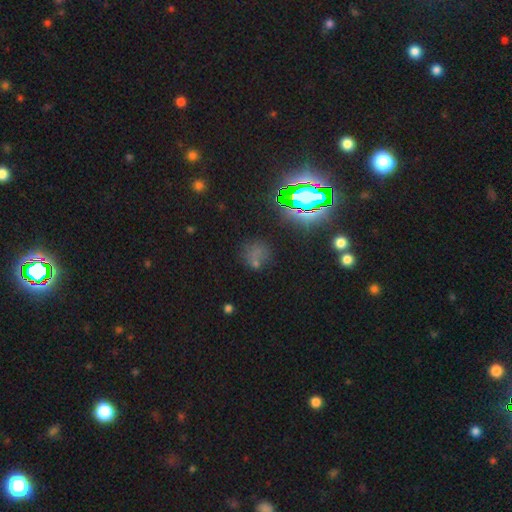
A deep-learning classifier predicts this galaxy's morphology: Smooth or featured? Predicted: smooth (p=0.43). Merging? Predicted: none (p=0.61).